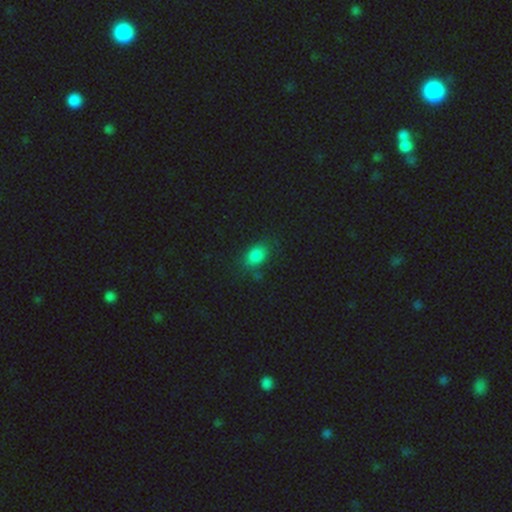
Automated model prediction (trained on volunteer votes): This is likely a smooth galaxy (80%). How rounded: likely in between (79%). Merging: likely none (76%).